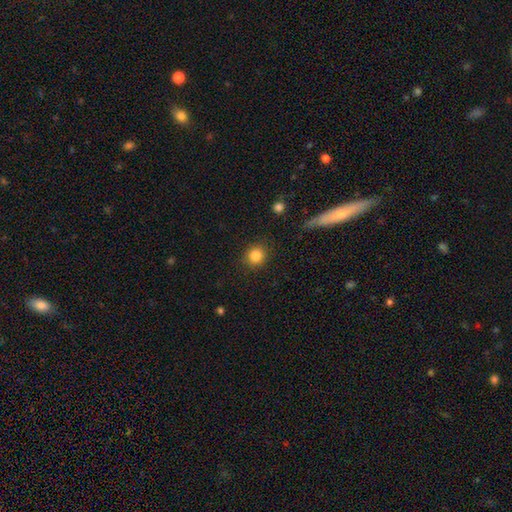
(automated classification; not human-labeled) smooth 85%, star or artifact 10%, featured or disk 5%. Down the decision tree: how rounded — round (86%); merging — none (87%).